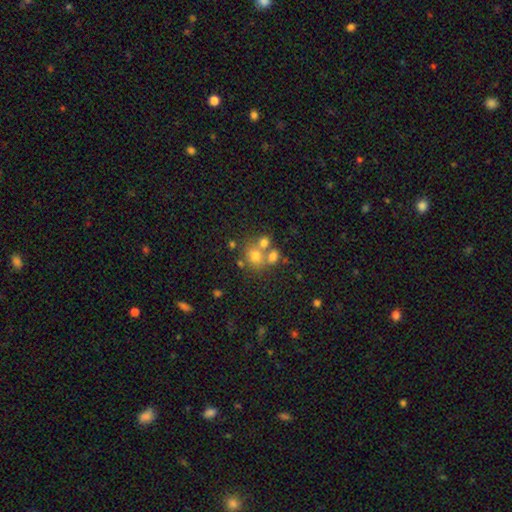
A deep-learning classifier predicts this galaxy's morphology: Smooth or featured? Predicted: smooth (p=0.65). How rounded? Predicted: round (p=0.76). Merging? Predicted: none (p=0.46).